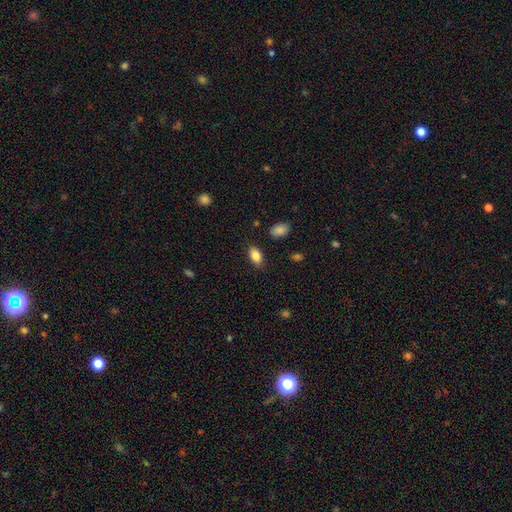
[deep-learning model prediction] smooth 85%, star or artifact 8%, featured or disk 7%. Down the decision tree: how rounded — in between (92%); merging — none (85%).